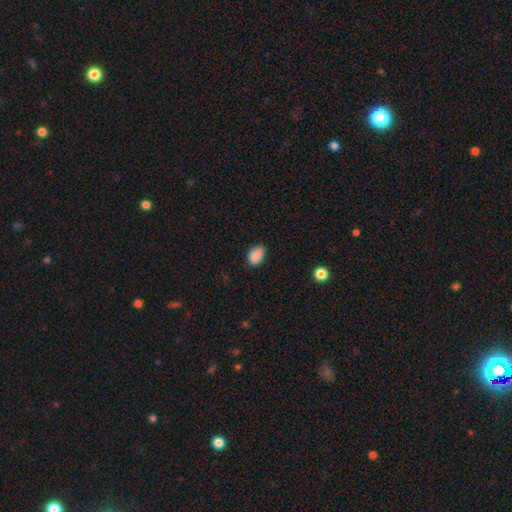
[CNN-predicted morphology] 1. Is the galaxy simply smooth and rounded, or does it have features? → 88% smooth, 9% star or artifact, 3% featured or disk.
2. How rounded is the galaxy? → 84% in between, 14% round, 1% cigar-shaped.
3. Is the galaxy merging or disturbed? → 75% none, 21% minor disturbance, 3% major disturbance, 1% merger.